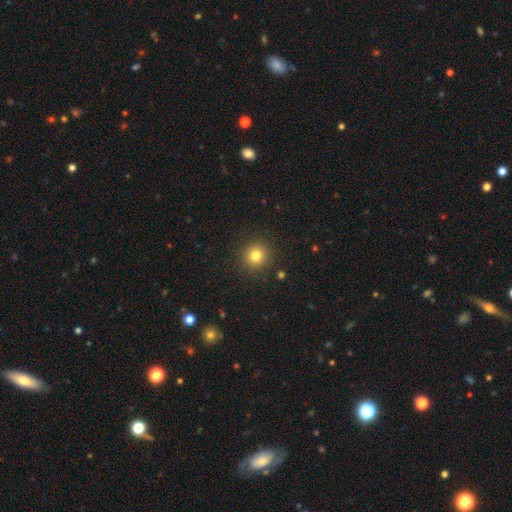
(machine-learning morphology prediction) type=smooth (80%); roundness=round (93%); merging=none (91%).